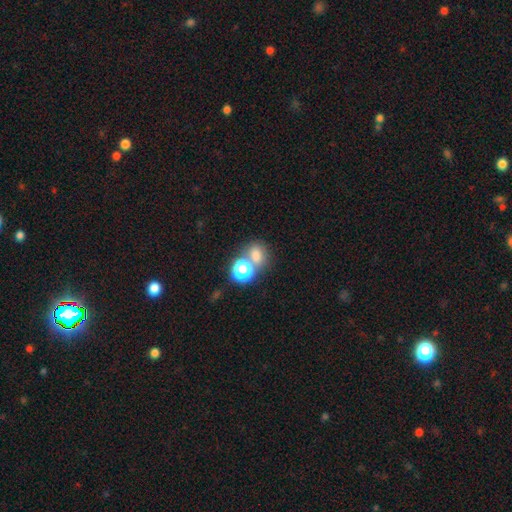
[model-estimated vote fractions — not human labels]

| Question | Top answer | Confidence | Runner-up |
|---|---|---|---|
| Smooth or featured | smooth | 70% | star or artifact (21%) |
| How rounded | round | 57% | in between (42%) |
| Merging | none | 51% | merger (36%) |